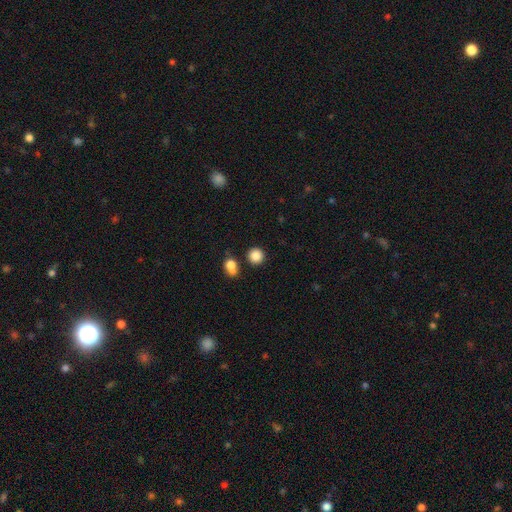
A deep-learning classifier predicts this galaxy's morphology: Smooth or featured?
  - smooth: 85% *
  - star or artifact: 10%
  - featured or disk: 5%
How rounded?
  - round: 92% *
  - in between: 7%
  - cigar-shaped: 1%
Merging?
  - none: 82% *
  - minor disturbance: 8%
  - merger: 7%
  - major disturbance: 3%